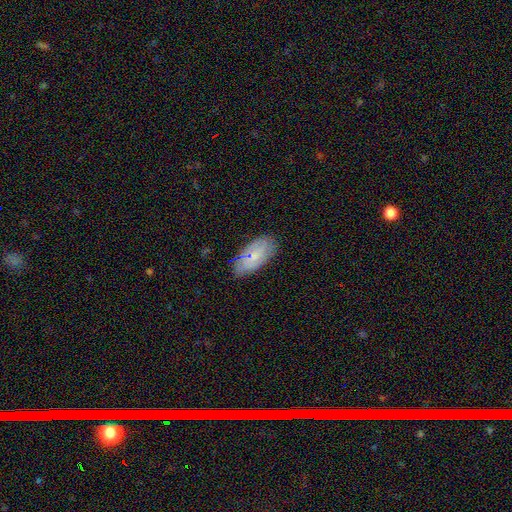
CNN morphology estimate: The model was most divided on "smooth or featured": smooth: 54%, featured or disk: 35%, star or artifact: 11%. More confident: how rounded — in between (90%); merging — none (80%).